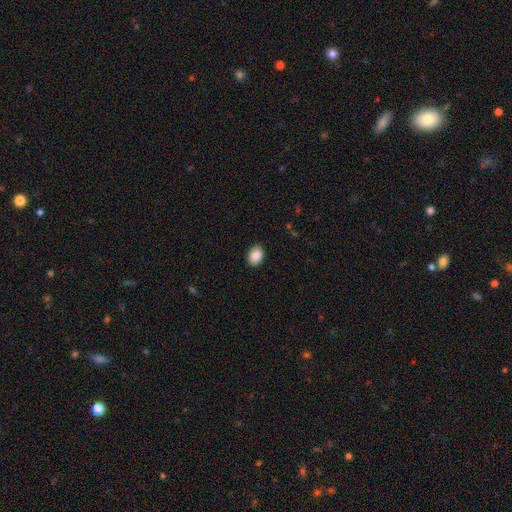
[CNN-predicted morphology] Overall: smooth (90%). How rounded: in between (79%). Merging: none (88%).